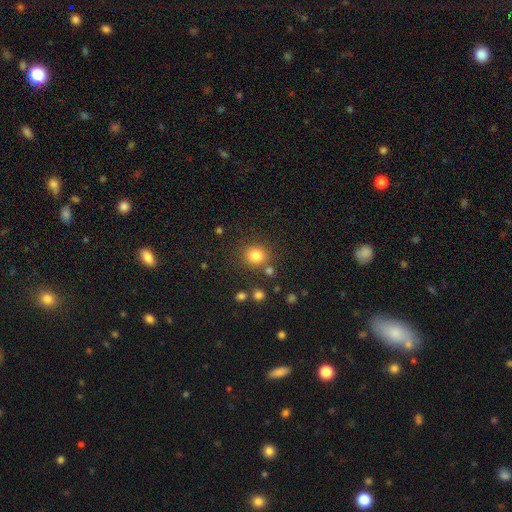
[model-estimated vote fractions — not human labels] Smooth or featured: smooth — 81% (star or artifact — 13%)
How rounded: round — 87% (in between — 12%)
Merging: none — 79% (minor disturbance — 9%)